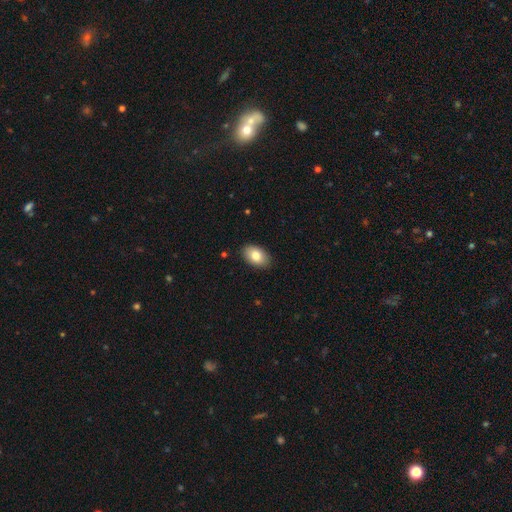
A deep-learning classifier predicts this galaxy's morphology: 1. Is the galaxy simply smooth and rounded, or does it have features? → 82% smooth, 11% featured or disk, 7% star or artifact.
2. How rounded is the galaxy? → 90% in between, 9% round, 1% cigar-shaped.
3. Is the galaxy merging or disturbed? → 88% none, 9% minor disturbance, 2% major disturbance, 1% merger.